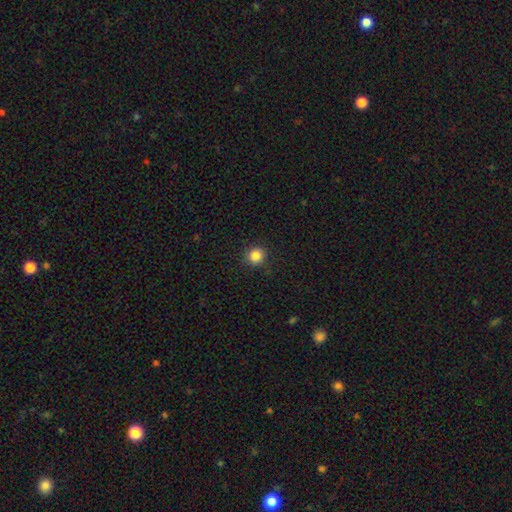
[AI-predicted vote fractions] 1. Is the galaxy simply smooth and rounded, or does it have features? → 85% smooth, 11% star or artifact, 4% featured or disk.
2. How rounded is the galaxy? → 92% round, 7% in between, 1% cigar-shaped.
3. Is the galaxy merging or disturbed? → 91% none, 6% minor disturbance, 2% major disturbance, 1% merger.